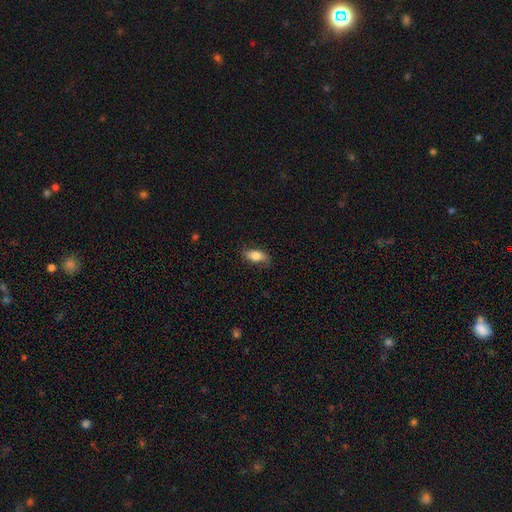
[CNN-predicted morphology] The model was most divided on "merging": none: 77%, minor disturbance: 18%, major disturbance: 4%, merger: 1%. More confident: how rounded — in between (85%); smooth or featured — smooth (77%).